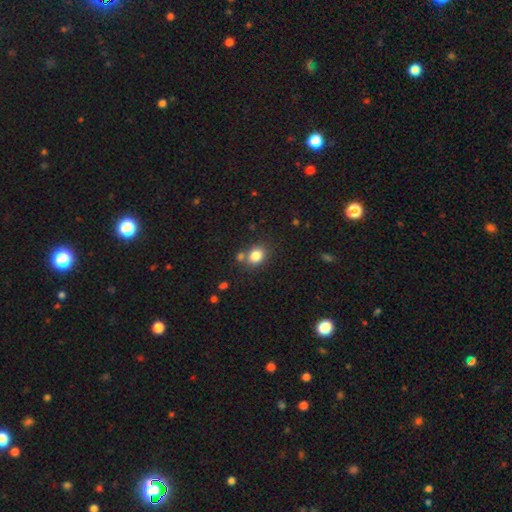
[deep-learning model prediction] The model was most divided on "how rounded": in between: 51%, round: 47%, cigar-shaped: 1%. More confident: smooth or featured — smooth (83%); merging — none (65%).